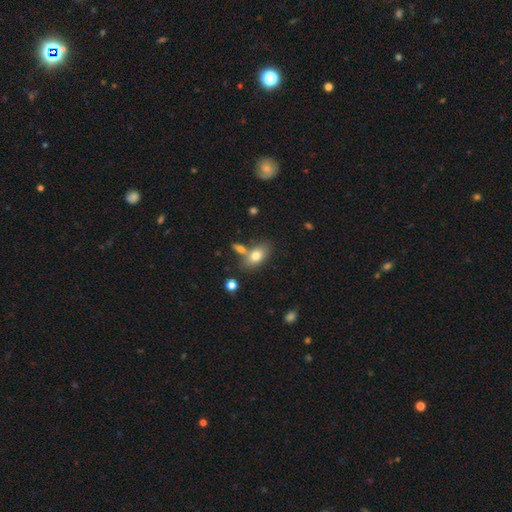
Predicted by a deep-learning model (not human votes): smooth-or-featured: smooth: 77% | featured or disk: 14% | star or artifact: 9%
  how-rounded: in between: 86% | round: 11% | cigar-shaped: 3%
  merging: none: 62% | merger: 21% | minor disturbance: 13% | major disturbance: 4%